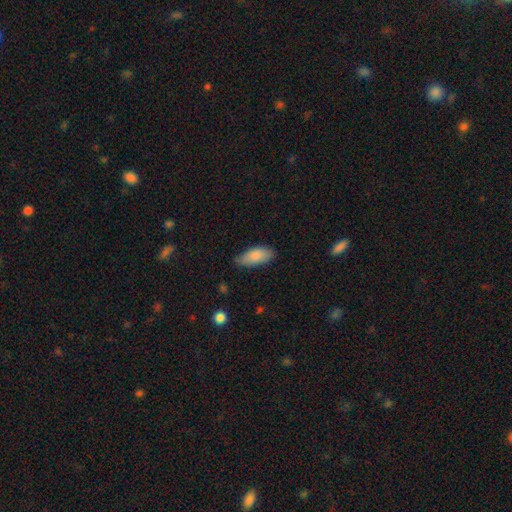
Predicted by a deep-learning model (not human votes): smooth_or_featured: smooth (p=0.85) [alt: featured or disk p=0.09]
how_rounded: in between (p=0.86) [alt: cigar-shaped p=0.12]
merging: none (p=0.77) [alt: minor disturbance p=0.19]